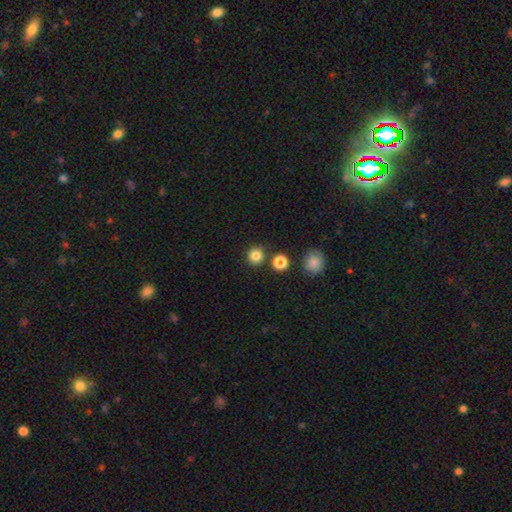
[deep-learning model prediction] Smooth or featured?
  - smooth: 83% *
  - star or artifact: 13%
  - featured or disk: 4%
How rounded?
  - round: 91% *
  - in between: 8%
  - cigar-shaped: 1%
Merging?
  - none: 82% *
  - minor disturbance: 8%
  - merger: 7%
  - major disturbance: 3%